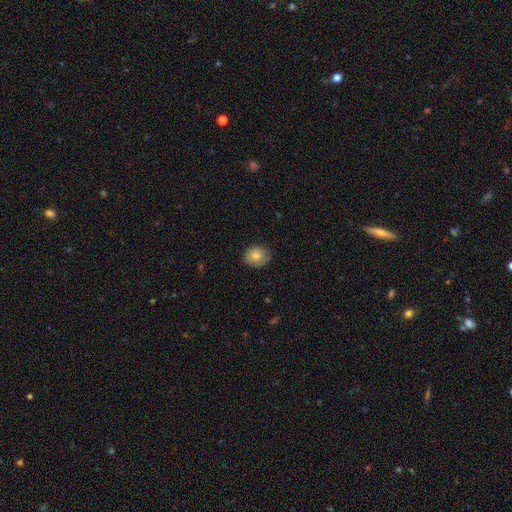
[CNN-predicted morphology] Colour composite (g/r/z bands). It shows a smooth galaxy with no disk features (81%) that is round (66%). Merging: none (80%).